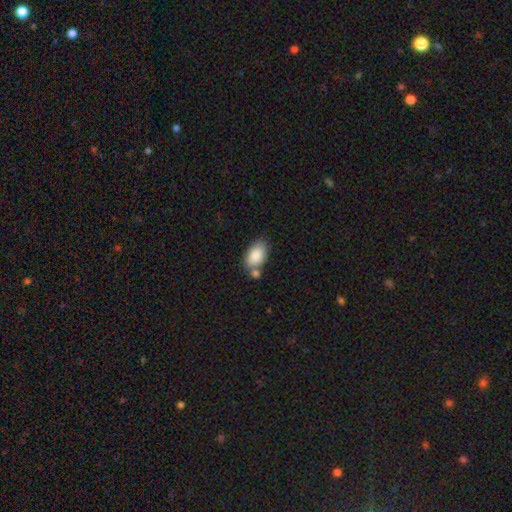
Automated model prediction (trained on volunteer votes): Smooth or featured: smooth — 86% (featured or disk — 8%)
How rounded: in between — 91% (round — 7%)
Merging: none — 55% (merger — 24%)